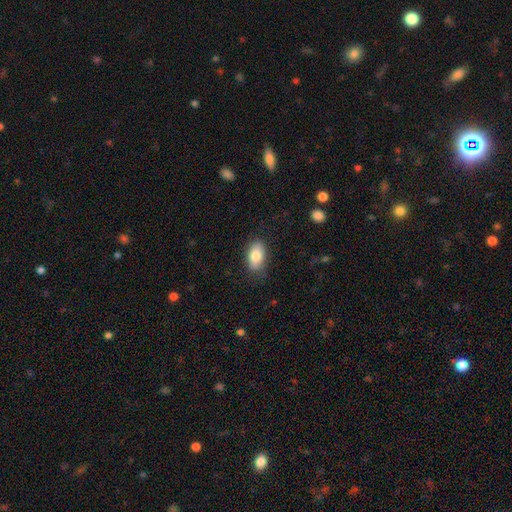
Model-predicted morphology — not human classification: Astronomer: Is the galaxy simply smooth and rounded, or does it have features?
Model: smooth — 82%.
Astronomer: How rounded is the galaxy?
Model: in between — 91%.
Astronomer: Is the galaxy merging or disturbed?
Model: none — 82%.